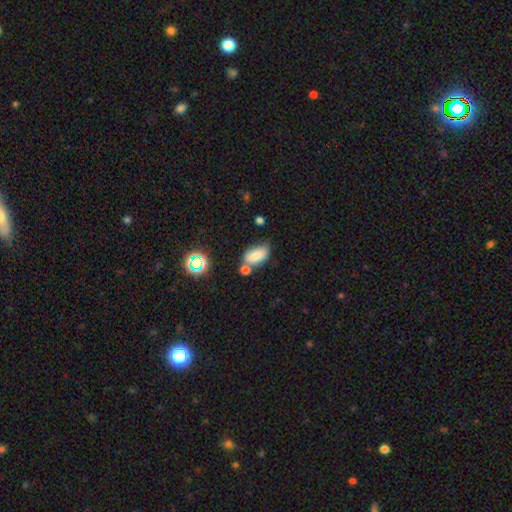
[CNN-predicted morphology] Overall: smooth (78%). How rounded: in between (90%). Merging: none (54%; merger 22%).